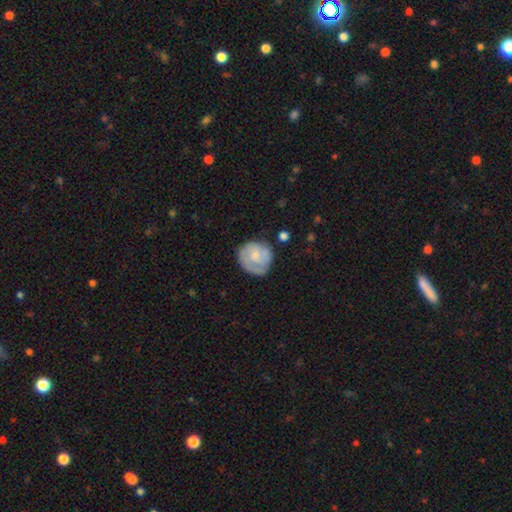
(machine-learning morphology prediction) The model was most divided on "smooth or featured": smooth: 51%, featured or disk: 43%, star or artifact: 6%. More confident: how rounded — round (87%); merging — none (63%).